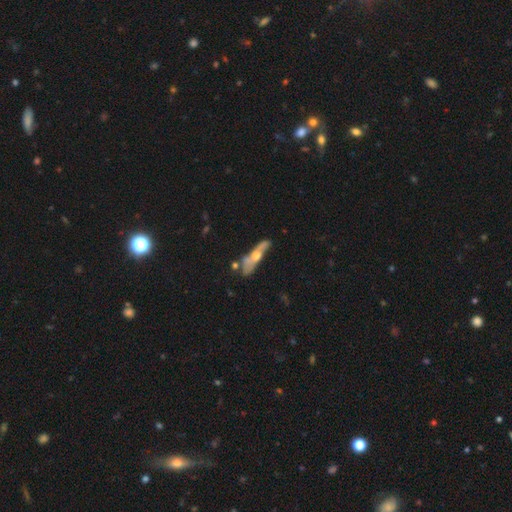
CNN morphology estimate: This is possibly a featured or disk galaxy (53%). It is possibly viewed edge-on (51%). Merging: marginally none (39%).